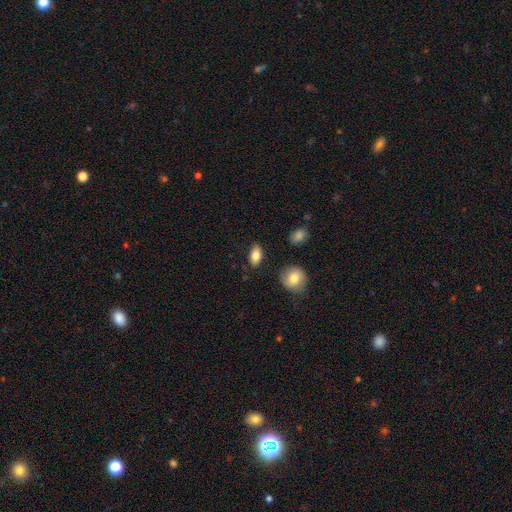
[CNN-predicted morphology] A smooth galaxy with no disk features (81%) that is in between round and cigar-shaped (88%). Merging: none (84%).